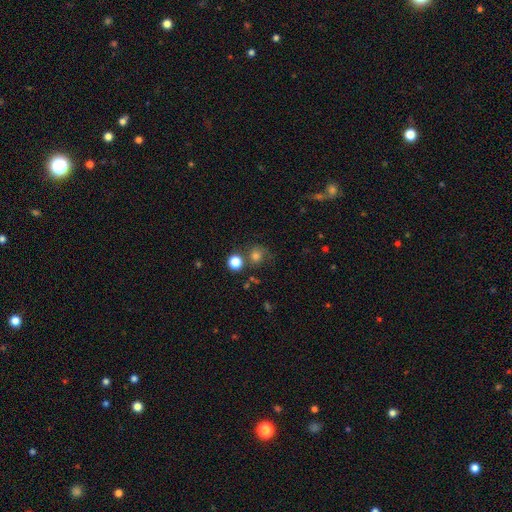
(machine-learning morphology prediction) Smooth or featured? smooth (74%)
How rounded? round (85%)
Merging? none (58%)